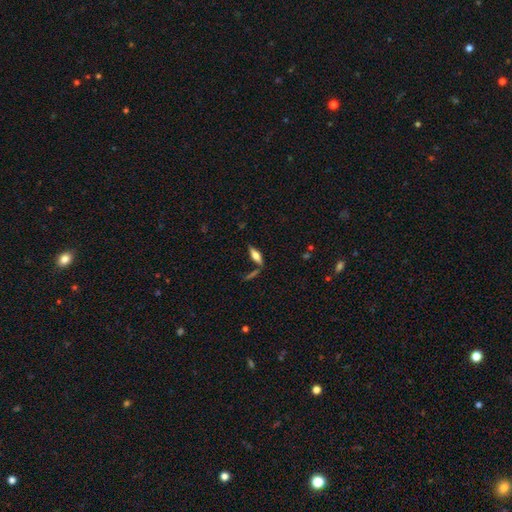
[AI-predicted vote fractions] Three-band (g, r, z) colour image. It shows a smooth galaxy with no disk features (48%). Merging: none (70%).